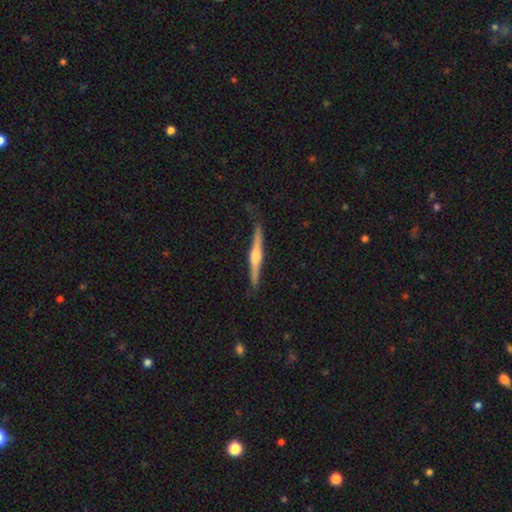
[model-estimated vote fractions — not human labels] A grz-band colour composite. It shows a featured or disk galaxy (76%) viewed edge-on (98%) with a rounded central bulge (87%). Merging: none (84%).